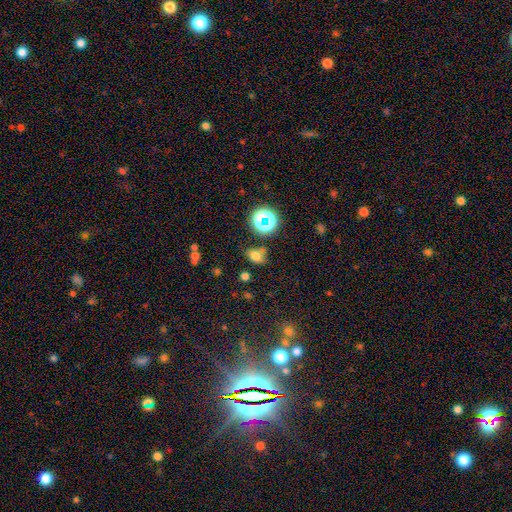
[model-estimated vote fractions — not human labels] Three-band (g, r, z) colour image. It shows a smooth galaxy with no disk features (68%) that is in between round and cigar-shaped (65%). Merging: none (66%).